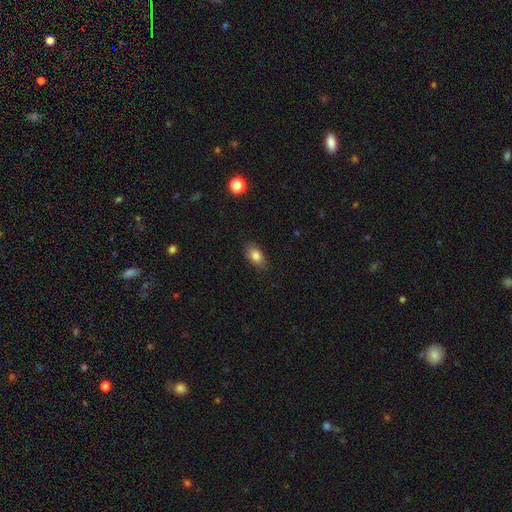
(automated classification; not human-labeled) This appears to be a smooth galaxy with no disk features (84%) that is in between round and cigar-shaped (88%). Merging: none (84%).